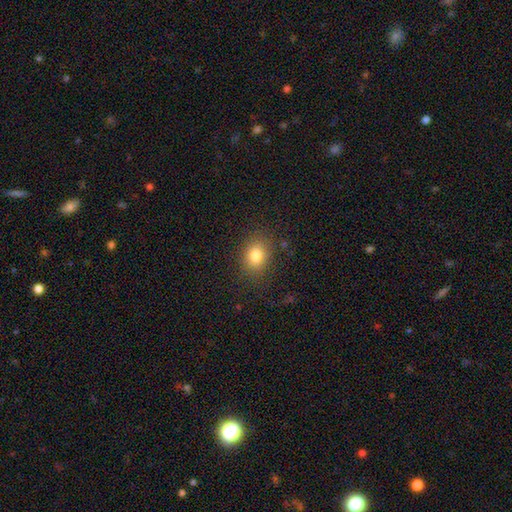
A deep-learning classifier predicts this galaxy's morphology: smooth-or-featured: smooth: 81% | star or artifact: 11% | featured or disk: 8%
  how-rounded: in between: 55% | round: 44% | cigar-shaped: 1%
  merging: none: 83% | minor disturbance: 11% | major disturbance: 5% | merger: 1%